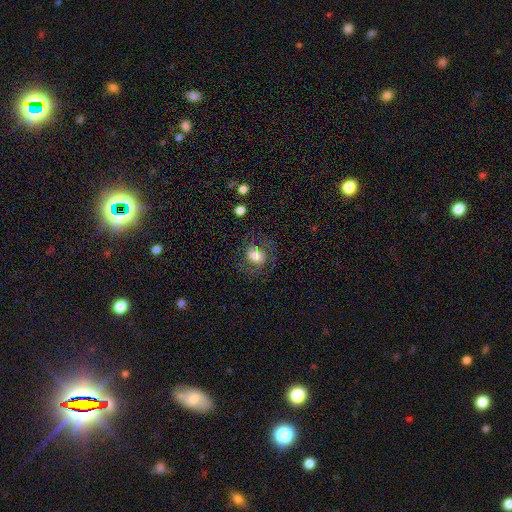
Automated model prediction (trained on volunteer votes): A smooth galaxy with no disk features (51%) that is round (54%). Merging: none (63%).